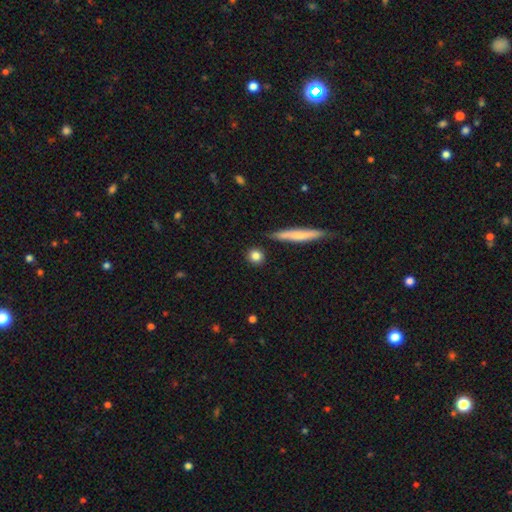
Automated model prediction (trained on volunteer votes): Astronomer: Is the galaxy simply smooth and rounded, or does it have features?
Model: smooth — 83%.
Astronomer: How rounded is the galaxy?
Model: round — 84%.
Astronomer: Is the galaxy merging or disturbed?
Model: none — 87%.